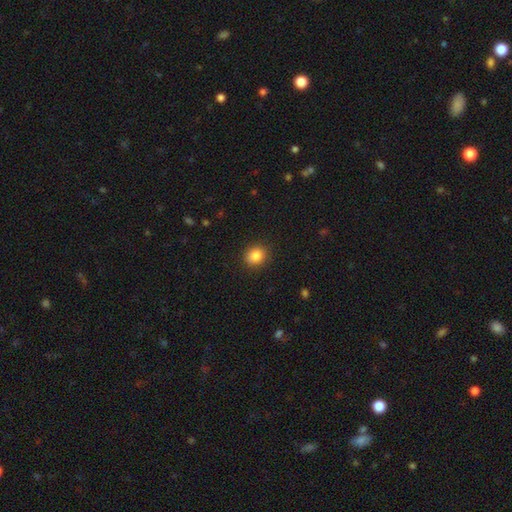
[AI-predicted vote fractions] Smooth or featured? smooth (85%)
How rounded? round (72%)
Merging? none (90%)